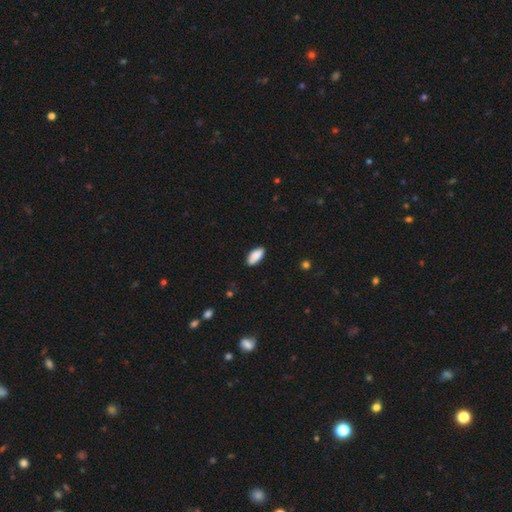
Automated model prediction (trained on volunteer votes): Q: Smooth or featured?
A: smooth (89%); runner-up: star or artifact (6%)
Q: How rounded?
A: in between (89%); runner-up: cigar-shaped (9%)
Q: Merging?
A: none (86%); runner-up: minor disturbance (11%)